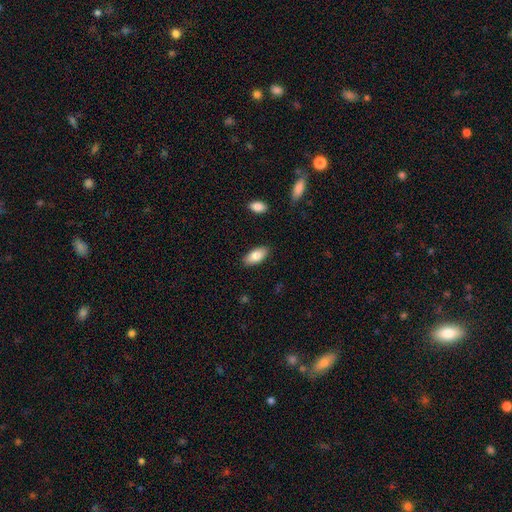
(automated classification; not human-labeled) A smooth galaxy with no disk features (82%) that is in between round and cigar-shaped (91%). Merging: none (88%).